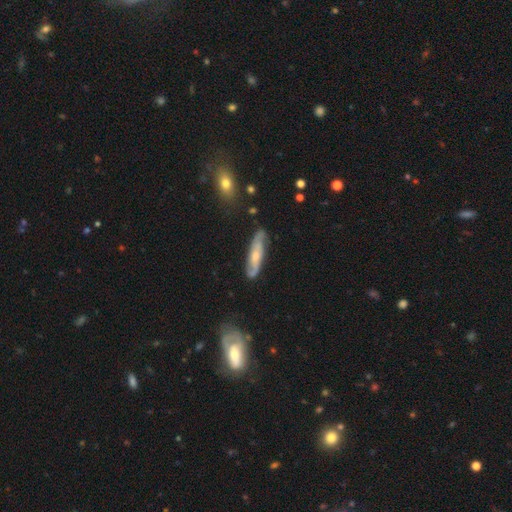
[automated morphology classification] The model was most divided on "edge-on disk": no: 70%, yes: 30%. More confident: merging — none (77%); smooth or featured — featured or disk (69%).